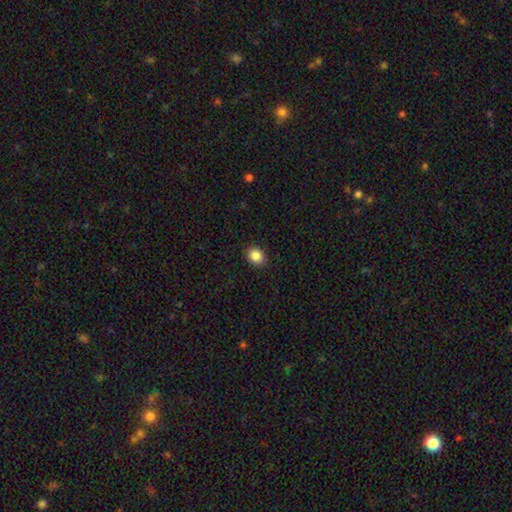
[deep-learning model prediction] The model was most divided on "how rounded": round: 59%, in between: 40%, cigar-shaped: 1%. More confident: merging — none (91%); smooth or featured — smooth (86%).